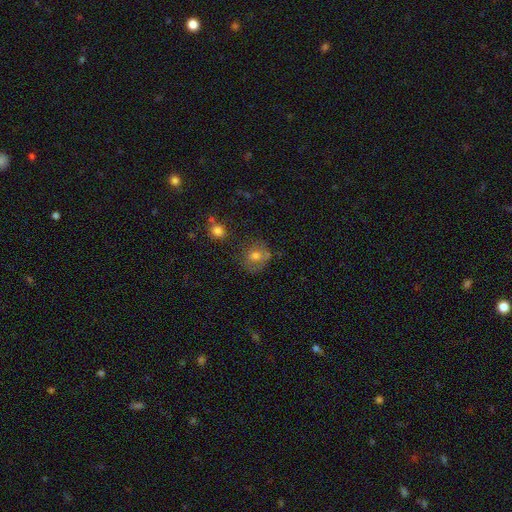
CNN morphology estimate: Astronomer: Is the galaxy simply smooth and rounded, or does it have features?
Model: smooth — 70%.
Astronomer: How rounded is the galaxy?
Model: round — 79%.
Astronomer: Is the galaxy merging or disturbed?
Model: none — 59%.